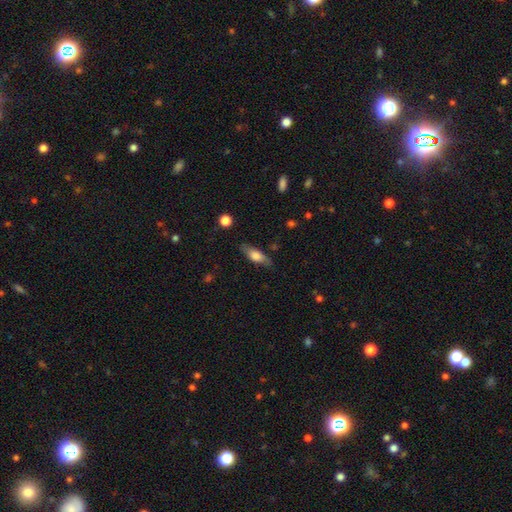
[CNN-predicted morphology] This is likely a smooth galaxy (62%). How rounded: likely in between (63%). Merging: likely none (78%).